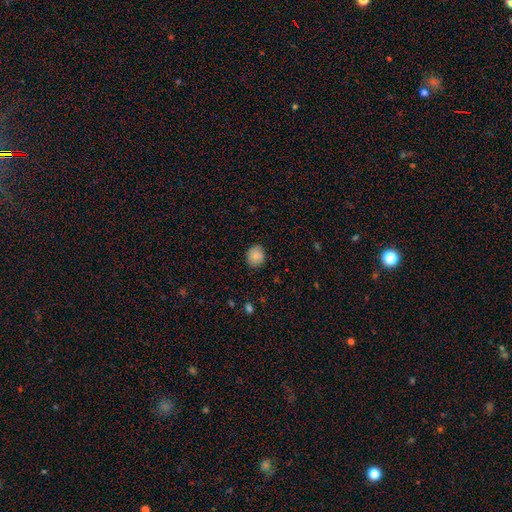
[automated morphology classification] Smooth or featured? Predicted: smooth (p=0.87). How rounded? Predicted: round (p=0.80). Merging? Predicted: none (p=0.88).